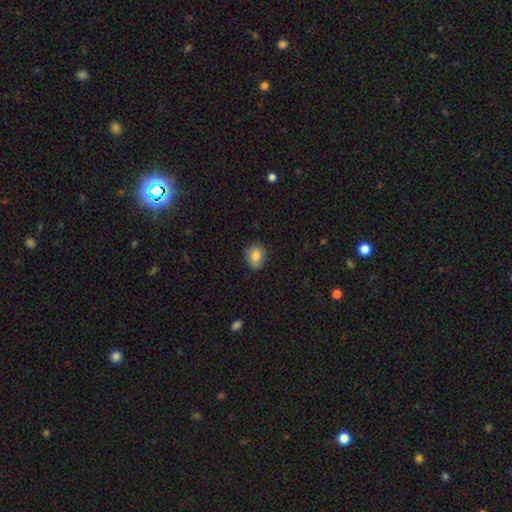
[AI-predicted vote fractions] Overall: smooth (83%). How rounded: round (50%; in between 49%). Merging: none (83%).